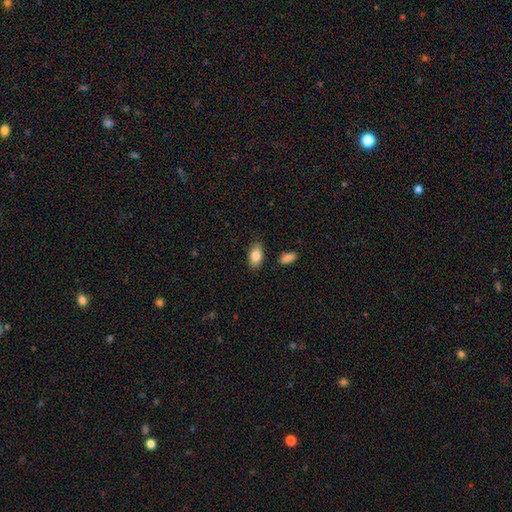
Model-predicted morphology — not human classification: Smooth or featured? smooth (86%)
How rounded? in between (91%)
Merging? none (82%)